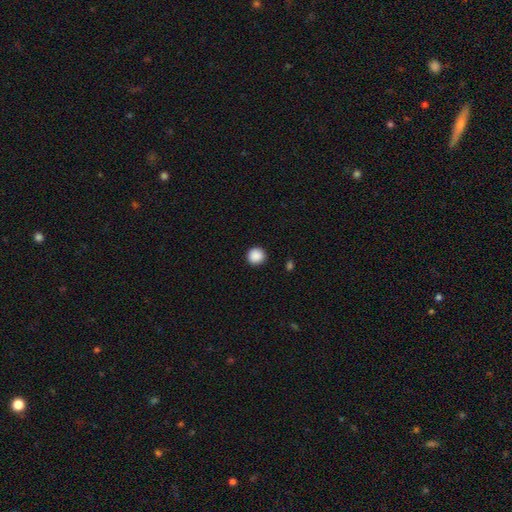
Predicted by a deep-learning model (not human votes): Overall: smooth (89%). How rounded: round (95%). Merging: none (92%).